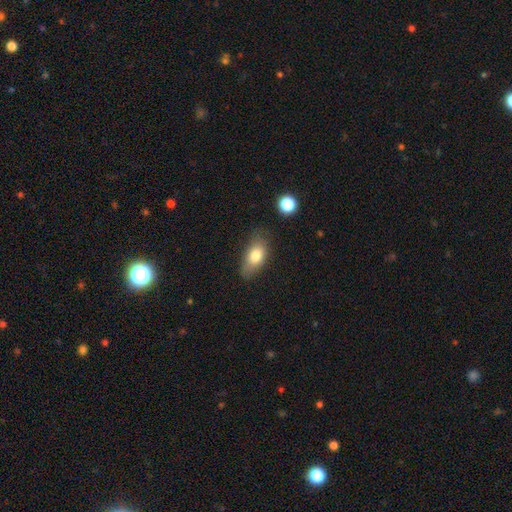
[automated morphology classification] Q: Smooth or featured?
A: smooth (78%); runner-up: featured or disk (14%)
Q: How rounded?
A: in between (86%); runner-up: round (7%)
Q: Merging?
A: none (69%); runner-up: minor disturbance (23%)